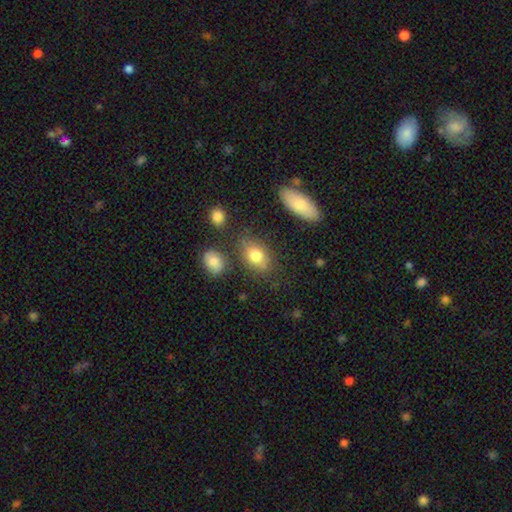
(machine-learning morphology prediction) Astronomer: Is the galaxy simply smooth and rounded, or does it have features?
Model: smooth — 77%.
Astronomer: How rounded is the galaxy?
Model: in between — 80%.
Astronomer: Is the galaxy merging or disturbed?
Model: none — 71%.